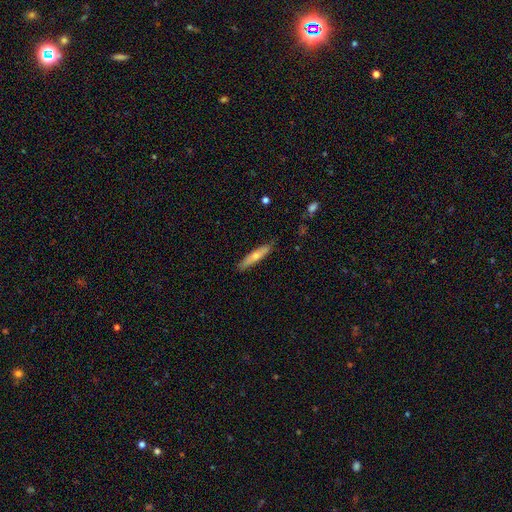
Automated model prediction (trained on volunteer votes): Q: Smooth or featured?
A: smooth (58%); runner-up: featured or disk (36%)
Q: How rounded?
A: cigar-shaped (86%); runner-up: in between (13%)
Q: Merging?
A: none (86%); runner-up: minor disturbance (11%)